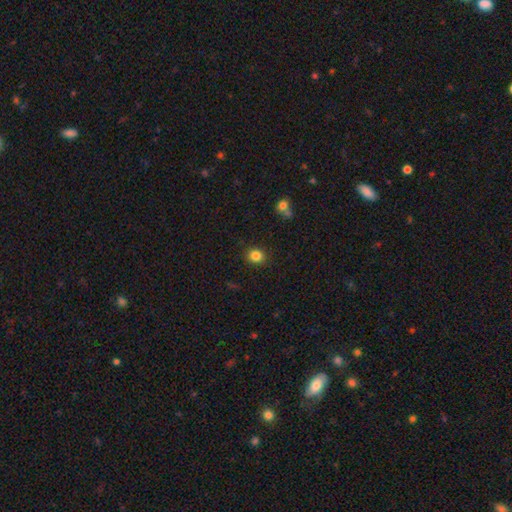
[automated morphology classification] The model was most divided on "how rounded": round: 70%, in between: 29%, cigar-shaped: 1%. More confident: merging — none (88%); smooth or featured — smooth (84%).